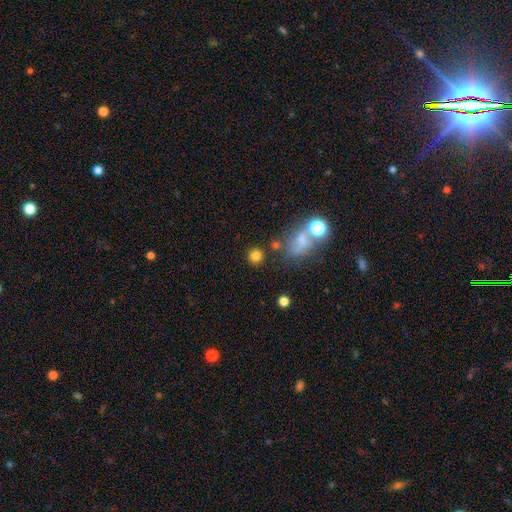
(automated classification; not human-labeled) Smooth or featured? smooth (78%)
How rounded? round (90%)
Merging? none (77%)